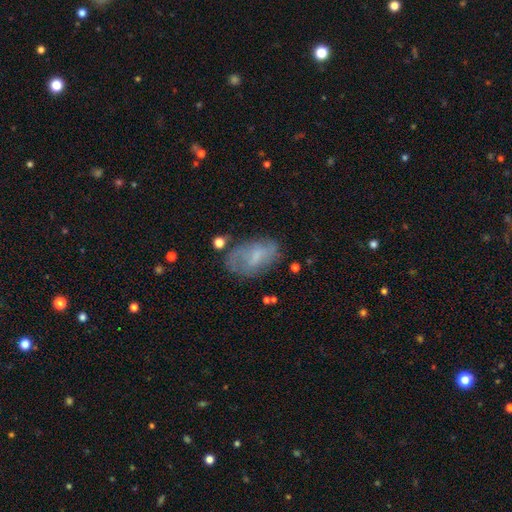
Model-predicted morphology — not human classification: type=featured or disk (46%); merging=none (56%).